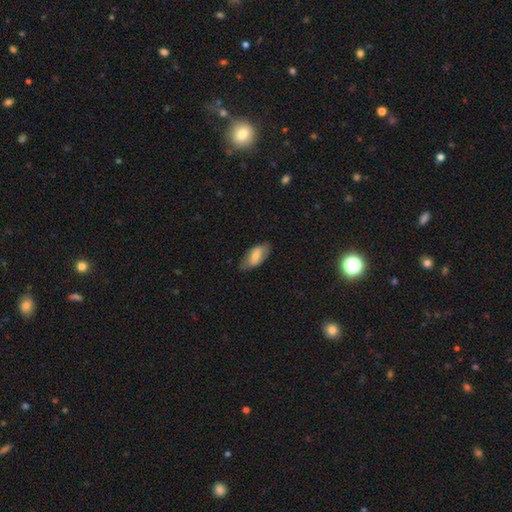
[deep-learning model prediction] Q: Smooth or featured?
A: smooth (64%); runner-up: featured or disk (30%)
Q: How rounded?
A: in between (90%); runner-up: cigar-shaped (7%)
Q: Merging?
A: none (76%); runner-up: minor disturbance (18%)